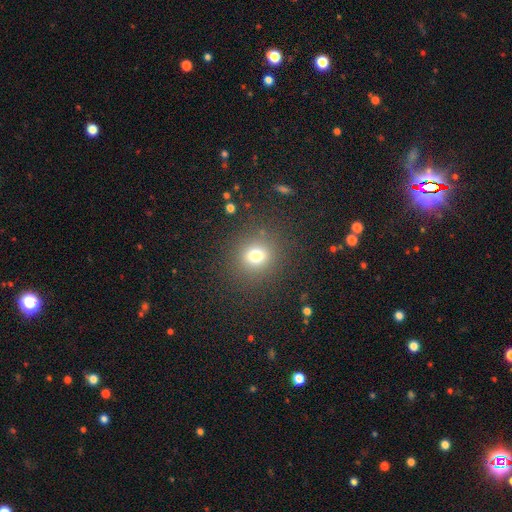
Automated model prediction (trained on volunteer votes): This is likely a smooth galaxy (75%). How rounded: clearly round (82%). Merging: clearly none (86%).